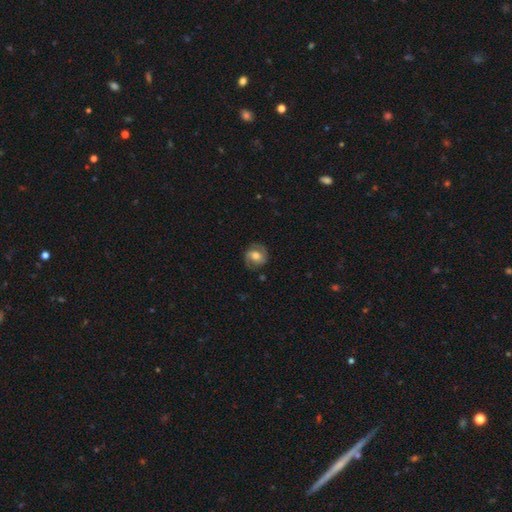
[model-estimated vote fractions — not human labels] A featured or disk galaxy (63%) with no bar (44%), 2 (86%) medium (46%) spiral arms (88%) and a moderate central bulge (65%).

Vote fractions:
- Smooth or featured? featured or disk: 63% / smooth: 30% / star or artifact: 7%
- Edge-on disk? no: 97% / yes: 3%
- Bar? no: 44% / weak: 40% / strong: 16%
- Spiral arms? yes: 88% / no: 12%
- Spiral winding? medium: 46% / tight: 37% / loose: 16%
- Spiral arm count? 2: 86% / can't tell: 7% / 1: 3% / 3: 2% / 4: 1% / more than 4: 1%
- Bulge size? moderate: 65% / small: 16% / large: 16% / none: 2% / dominant: 2%
- Merging? none: 79% / minor disturbance: 14% / major disturbance: 6% / merger: 1%